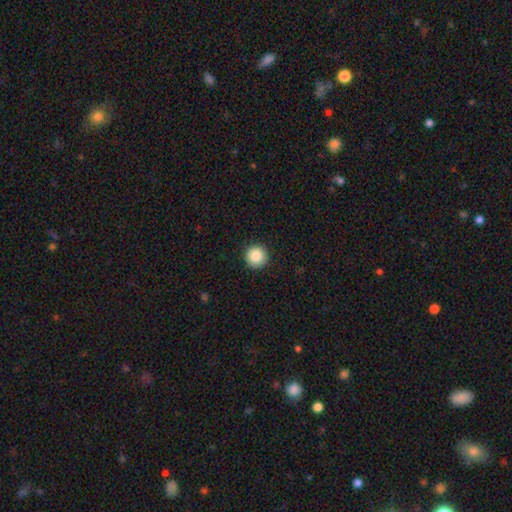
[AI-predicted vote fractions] Smooth or featured? Predicted: smooth (p=0.87). How rounded? Predicted: round (p=0.96). Merging? Predicted: none (p=0.92).